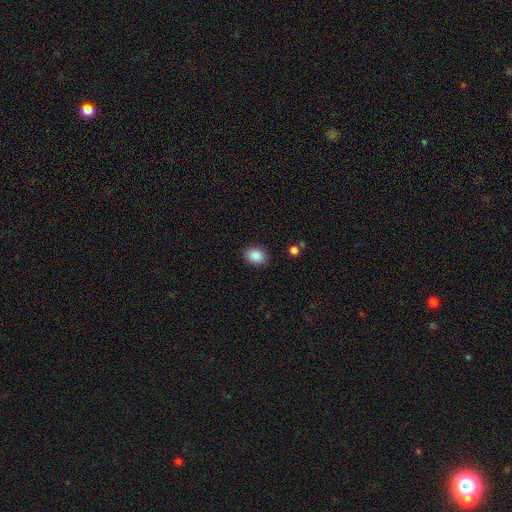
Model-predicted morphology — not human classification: This appears to be a smooth galaxy with no disk features (88%) that is in between round and cigar-shaped (56%). Merging: none (89%).